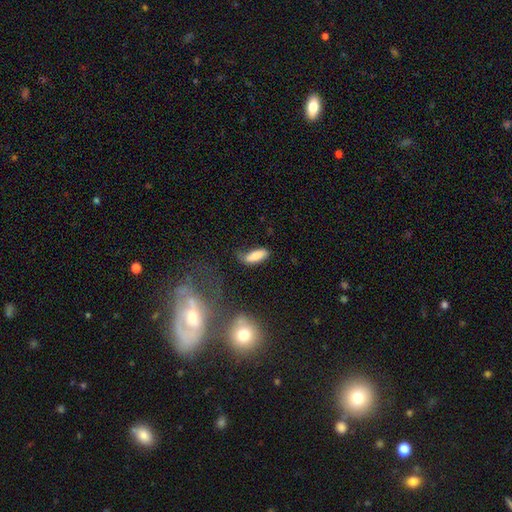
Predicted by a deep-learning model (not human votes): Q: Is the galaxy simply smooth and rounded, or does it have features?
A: smooth — 81%.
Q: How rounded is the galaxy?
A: in between — 67%.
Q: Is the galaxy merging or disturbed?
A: none — 54%.